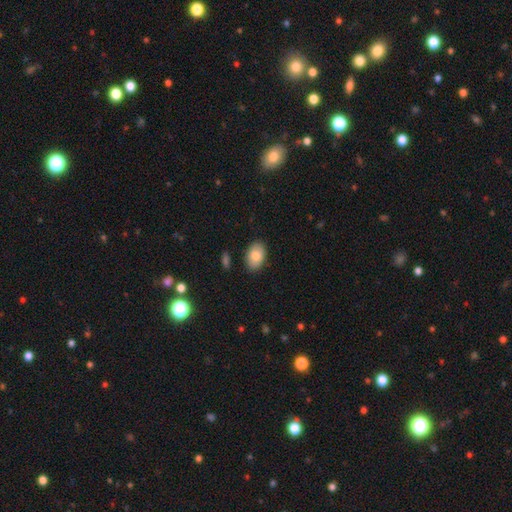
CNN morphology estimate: smooth-or-featured: smooth: 83% | featured or disk: 11% | star or artifact: 7%
  how-rounded: in between: 90% | round: 8% | cigar-shaped: 1%
  merging: none: 87% | minor disturbance: 10% | major disturbance: 2% | merger: 1%